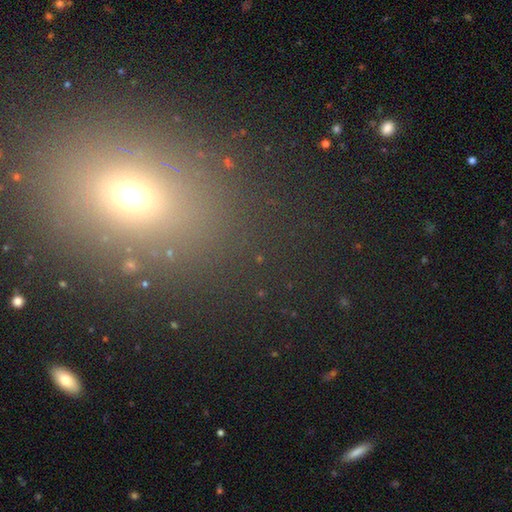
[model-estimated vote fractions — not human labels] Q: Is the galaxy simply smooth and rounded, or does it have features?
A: smooth — 53%.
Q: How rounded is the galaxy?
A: in between — 50%.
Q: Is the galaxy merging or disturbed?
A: none — 84%.